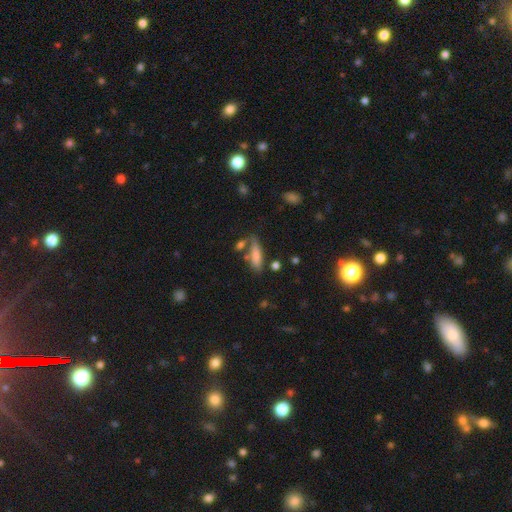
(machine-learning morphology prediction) Smooth or featured?
  - smooth: 77% *
  - featured or disk: 15%
  - star or artifact: 8%
How rounded?
  - cigar-shaped: 57% *
  - in between: 40%
  - round: 3%
Merging?
  - none: 56% *
  - merger: 19%
  - minor disturbance: 18%
  - major disturbance: 7%